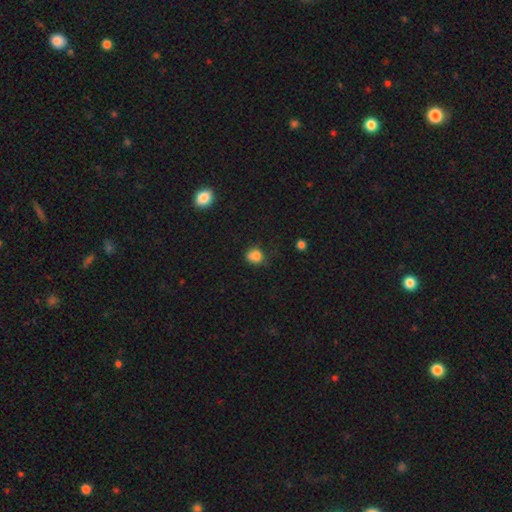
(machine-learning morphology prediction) smooth-or-featured: smooth: 79% | star or artifact: 12% | featured or disk: 8%
  how-rounded: round: 70% | in between: 29% | cigar-shaped: 1%
  merging: none: 51% | minor disturbance: 27% | merger: 12% | major disturbance: 10%